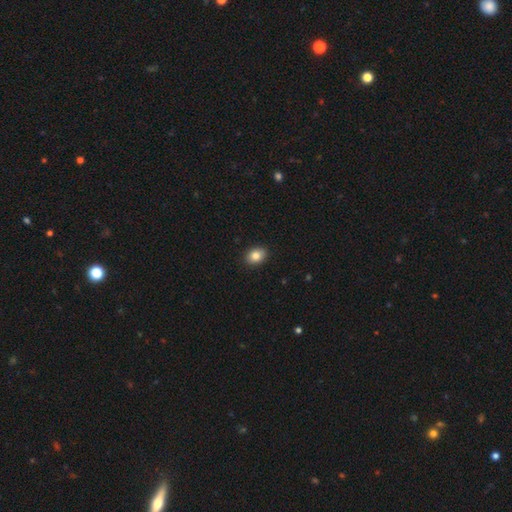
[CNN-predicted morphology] Q: Smooth or featured?
A: smooth (84%); runner-up: star or artifact (9%)
Q: How rounded?
A: in between (66%); runner-up: round (33%)
Q: Merging?
A: none (90%); runner-up: minor disturbance (7%)